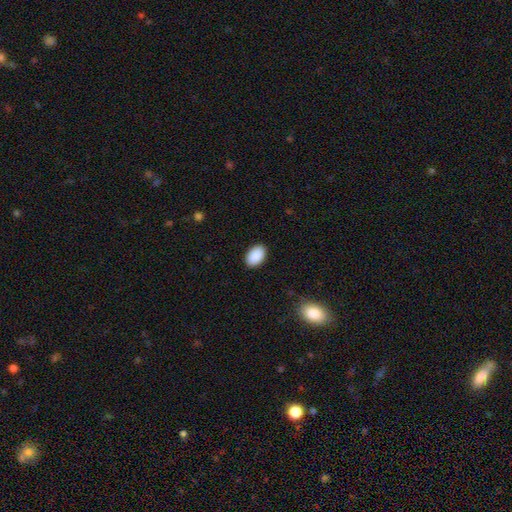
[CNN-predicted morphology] This appears to be a smooth galaxy with no disk features (91%) that is in between round and cigar-shaped (91%). Merging: none (90%).